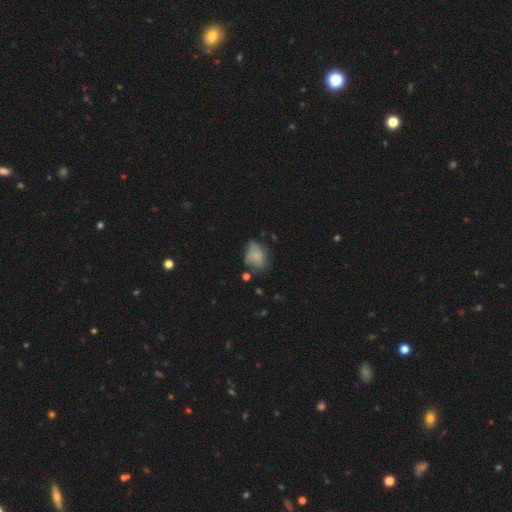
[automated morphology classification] Smooth or featured? Predicted: smooth (p=0.65). How rounded? Predicted: in between (p=0.68). Merging? Predicted: none (p=0.41).